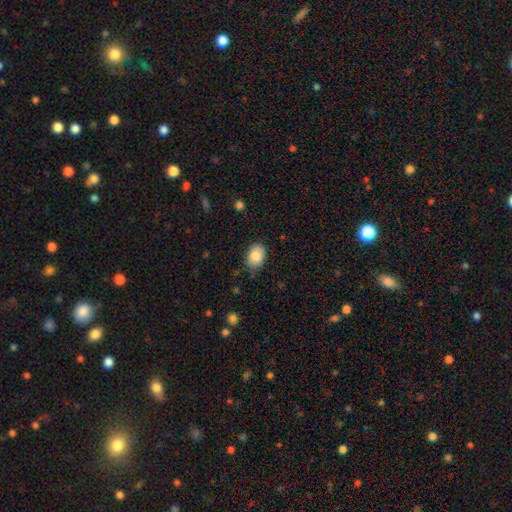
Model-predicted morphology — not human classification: smooth-or-featured: smooth: 84% | featured or disk: 8% | star or artifact: 8%
  how-rounded: in between: 72% | round: 27% | cigar-shaped: 1%
  merging: none: 75% | minor disturbance: 20% | major disturbance: 3% | merger: 1%